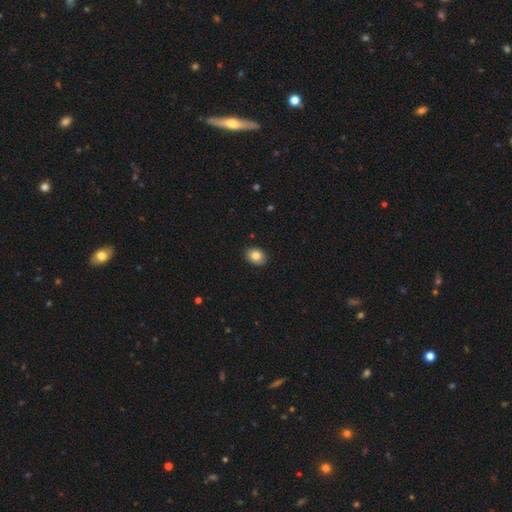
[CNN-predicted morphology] A smooth galaxy with no disk features (84%) that is in between round and cigar-shaped (62%).

Vote fractions:
- Smooth or featured? smooth: 84% / star or artifact: 8% / featured or disk: 8%
- How rounded? in between: 62% / round: 37% / cigar-shaped: 1%
- Merging? none: 89% / minor disturbance: 8% / major disturbance: 2% / merger: 1%